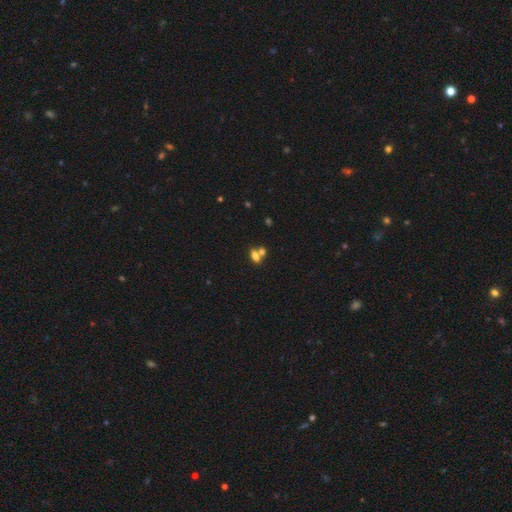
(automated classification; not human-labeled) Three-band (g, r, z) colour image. It shows a smooth galaxy with no disk features (71%) that is in between round and cigar-shaped (77%). Merging: merger (45%).